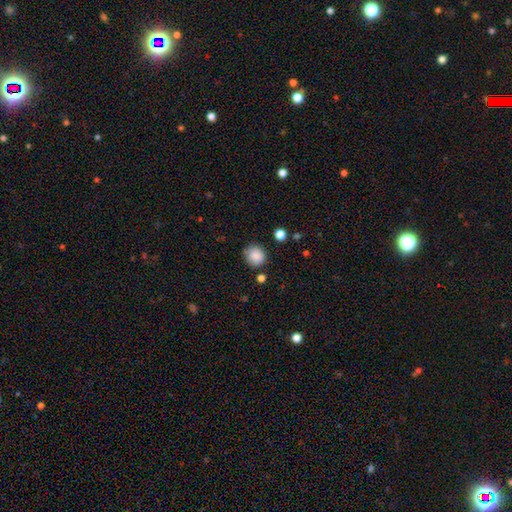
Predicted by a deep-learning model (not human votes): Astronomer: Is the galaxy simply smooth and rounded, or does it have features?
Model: smooth — 87%.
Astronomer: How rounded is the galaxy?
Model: round — 88%.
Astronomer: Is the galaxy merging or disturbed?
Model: none — 82%.